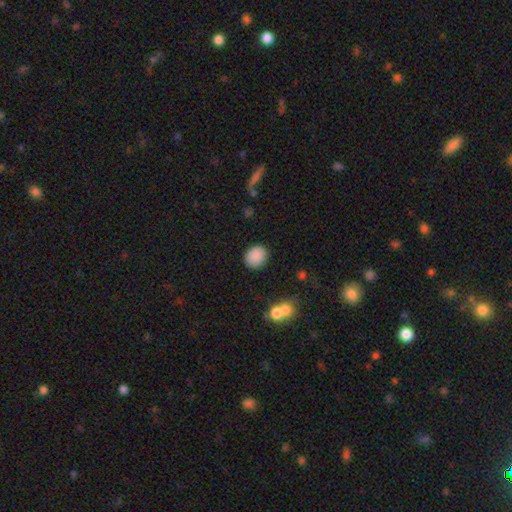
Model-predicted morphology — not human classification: smooth-or-featured: smooth: 88% | star or artifact: 8% | featured or disk: 4%
  how-rounded: round: 66% | in between: 33% | cigar-shaped: 1%
  merging: none: 87% | minor disturbance: 9% | major disturbance: 3% | merger: 2%